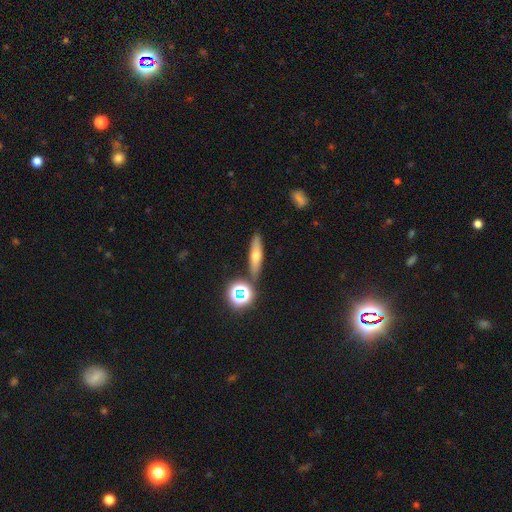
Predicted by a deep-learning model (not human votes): smooth 42%, featured or disk 37%, star or artifact 21%. Down the decision tree: merging — none (84%).